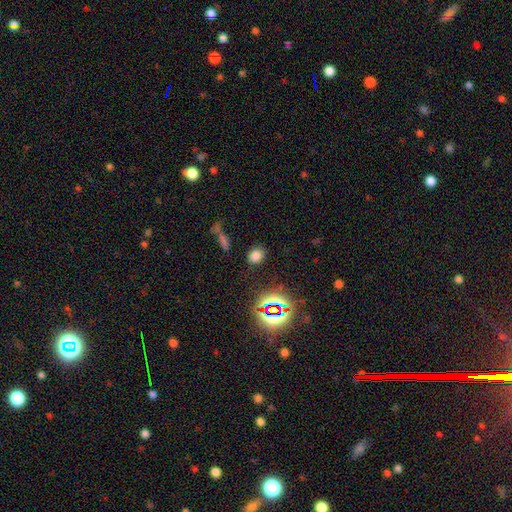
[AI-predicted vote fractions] Smooth or featured? Predicted: smooth (p=0.70). How rounded? Predicted: in between (p=0.55). Merging? Predicted: none (p=0.84).